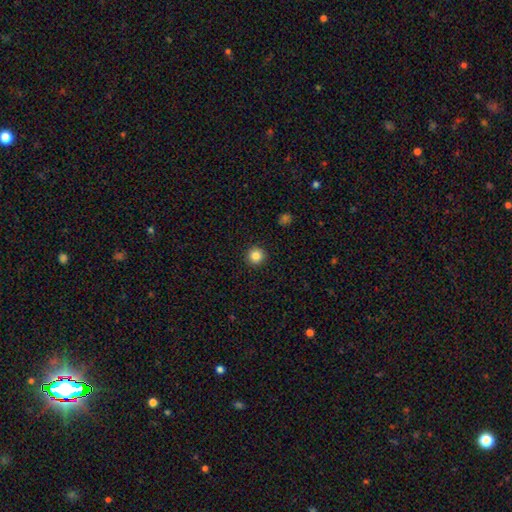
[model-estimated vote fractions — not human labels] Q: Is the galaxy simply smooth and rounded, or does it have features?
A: smooth — 85%.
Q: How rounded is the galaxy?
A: round — 95%.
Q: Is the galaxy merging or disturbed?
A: none — 93%.